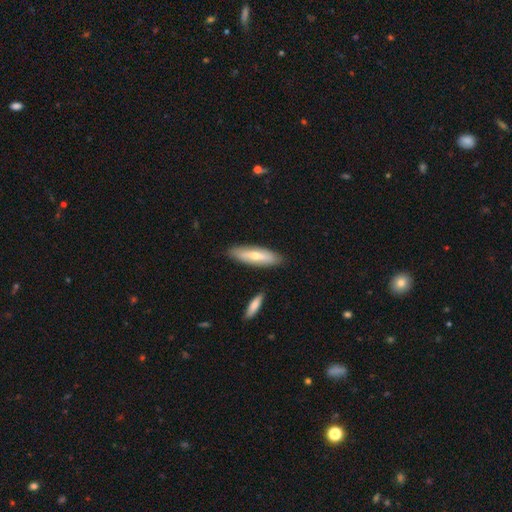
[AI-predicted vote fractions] Smooth or featured?
  - smooth: 55% *
  - featured or disk: 39%
  - star or artifact: 6%
How rounded?
  - cigar-shaped: 54% *
  - in between: 44%
  - round: 2%
Merging?
  - none: 86% *
  - minor disturbance: 9%
  - merger: 2%
  - major disturbance: 2%